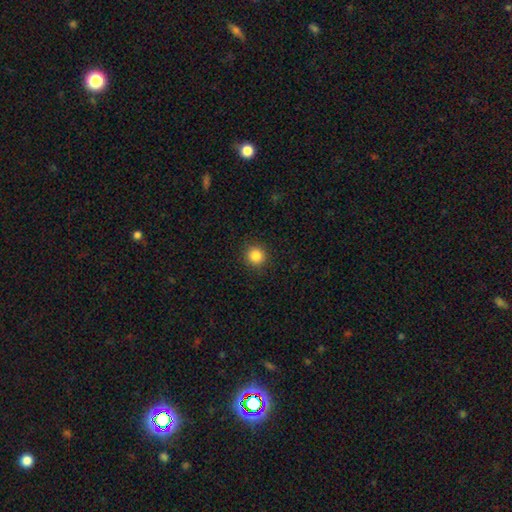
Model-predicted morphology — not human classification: Smooth or featured?
  - smooth: 86% *
  - star or artifact: 11%
  - featured or disk: 4%
How rounded?
  - round: 94% *
  - in between: 5%
  - cigar-shaped: 1%
Merging?
  - none: 91% *
  - minor disturbance: 6%
  - major disturbance: 2%
  - merger: 1%